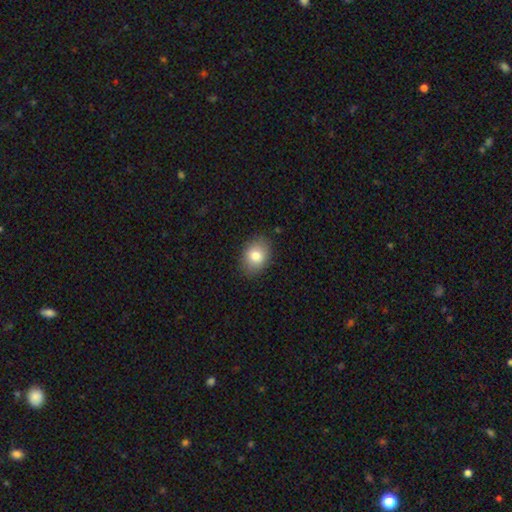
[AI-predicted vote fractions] Smooth or featured: smooth — 81% (featured or disk — 11%)
How rounded: in between — 68% (round — 31%)
Merging: none — 85% (minor disturbance — 11%)